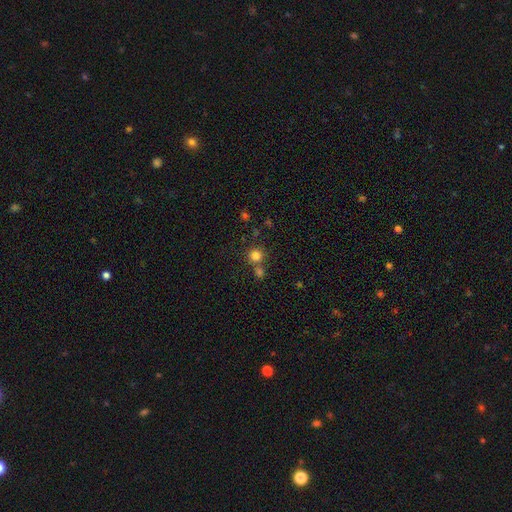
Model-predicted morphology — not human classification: smooth 80%, star or artifact 15%, featured or disk 6%. Down the decision tree: how rounded — round (92%); merging — none (66%).